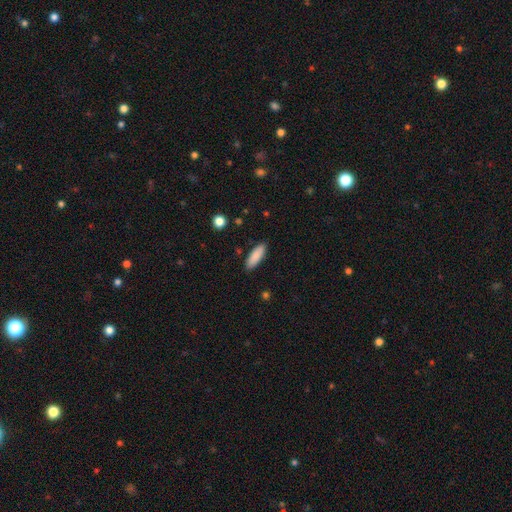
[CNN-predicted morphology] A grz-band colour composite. It shows a smooth galaxy with no disk features (88%) that is in between round and cigar-shaped (61%). Merging: none (89%).